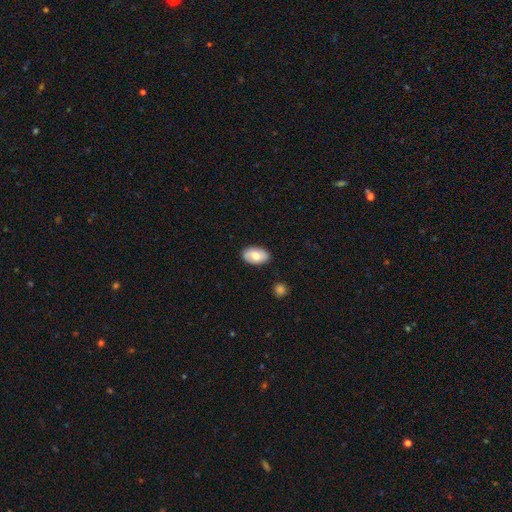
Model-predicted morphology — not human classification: Overall: smooth (70%). How rounded: in between (93%). Merging: none (86%).